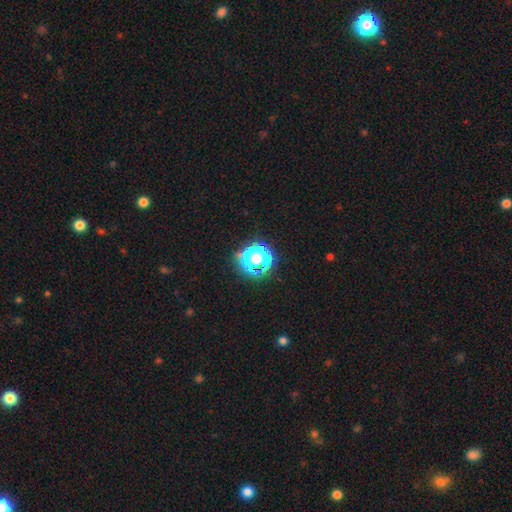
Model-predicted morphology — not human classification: A smooth galaxy with no disk features (54%) that is round (90%).

Vote fractions:
- Smooth or featured? smooth: 54% / star or artifact: 31% / featured or disk: 15%
- How rounded? round: 90% / in between: 9% / cigar-shaped: 1%
- Merging? none: 71% / minor disturbance: 17% / major disturbance: 8% / merger: 4%